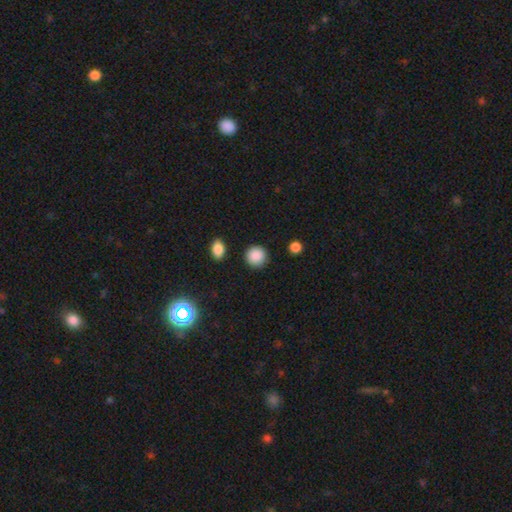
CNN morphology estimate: smooth-or-featured: smooth: 88% | star or artifact: 9% | featured or disk: 3%
  how-rounded: round: 92% | in between: 7% | cigar-shaped: 1%
  merging: none: 89% | minor disturbance: 7% | major disturbance: 2% | merger: 2%